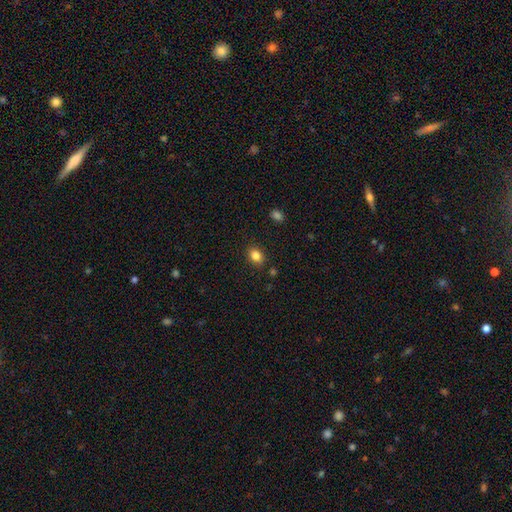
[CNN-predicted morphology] Q: Smooth or featured?
A: smooth (84%); runner-up: star or artifact (10%)
Q: How rounded?
A: in between (71%); runner-up: round (28%)
Q: Merging?
A: none (86%); runner-up: minor disturbance (9%)